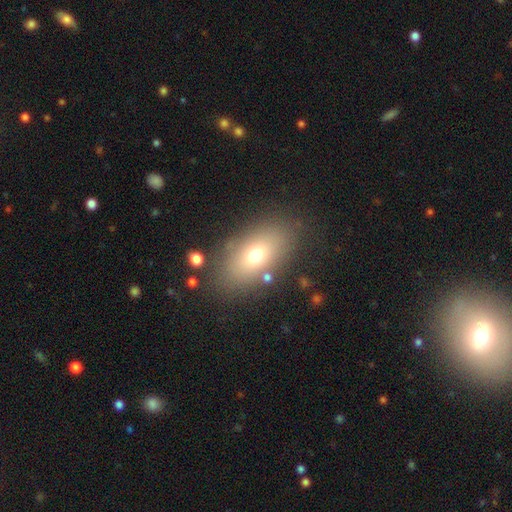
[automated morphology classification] A smooth galaxy with no disk features (69%) that is in between round and cigar-shaped (86%). Merging: none (81%).